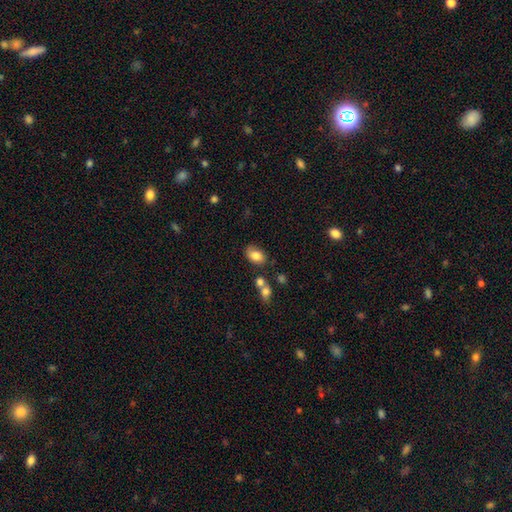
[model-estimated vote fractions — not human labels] Morphology: type=smooth (81%); roundness=in between (83%); merging=none (67%).